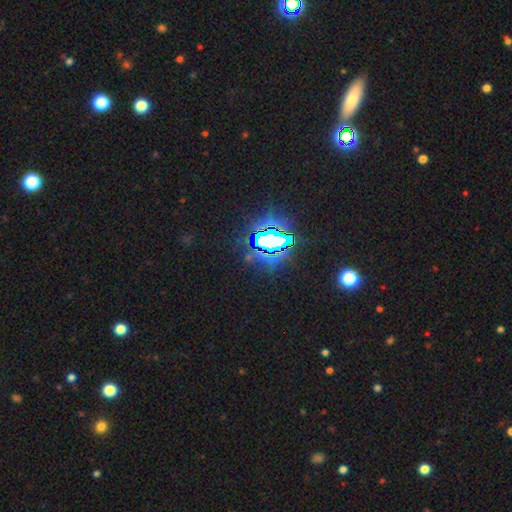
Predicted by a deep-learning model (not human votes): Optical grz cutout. It shows a star or artifact, not a galaxy (83%).